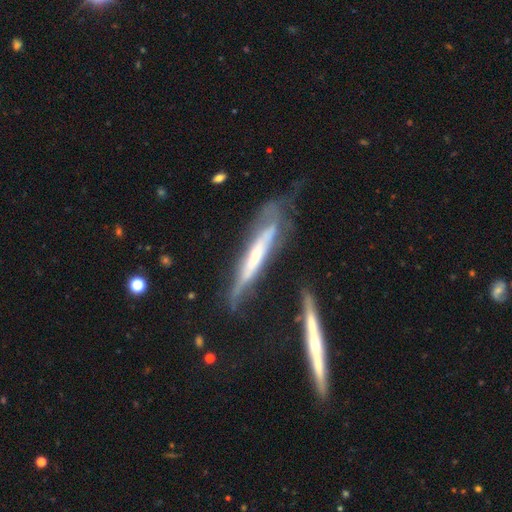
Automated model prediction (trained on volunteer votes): Overall: featured or disk (67%). Edge-on disk: yes (76%). Edge-on bulge: none (51%; rounded 32%). Merging: none (44%; minor disturbance 30%).